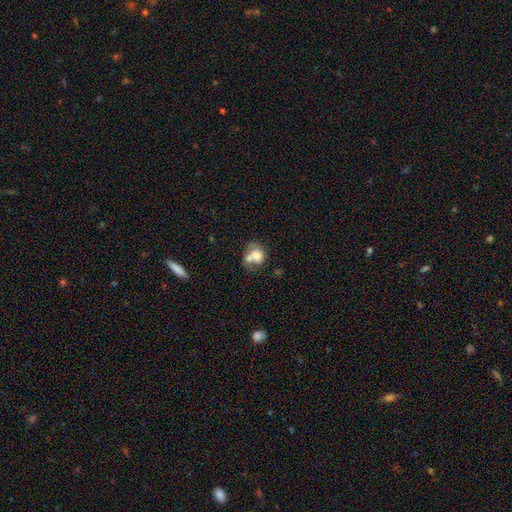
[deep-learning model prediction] smooth 67%, featured or disk 25%, star or artifact 9%. Down the decision tree: how rounded — round (52%); merging — merger (55%).